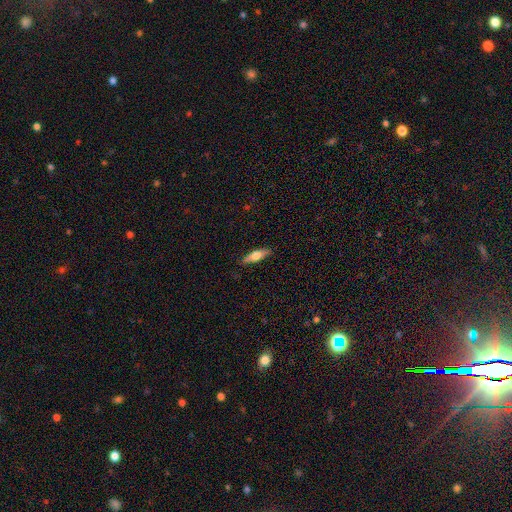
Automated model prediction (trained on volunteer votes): Morphology: type=smooth (60%); roundness=cigar-shaped (61%); merging=none (86%).